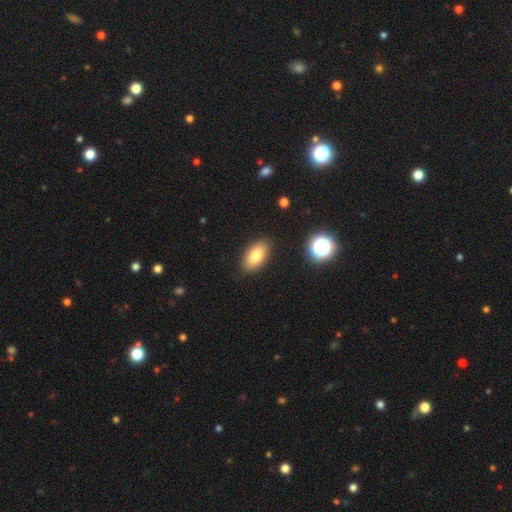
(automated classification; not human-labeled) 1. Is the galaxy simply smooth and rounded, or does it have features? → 81% smooth, 11% featured or disk, 8% star or artifact.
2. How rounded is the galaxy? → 92% in between, 5% round, 3% cigar-shaped.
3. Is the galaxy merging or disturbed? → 87% none, 9% minor disturbance, 2% major disturbance, 1% merger.